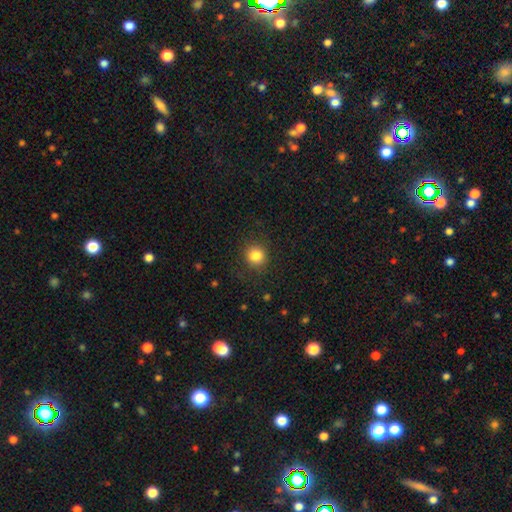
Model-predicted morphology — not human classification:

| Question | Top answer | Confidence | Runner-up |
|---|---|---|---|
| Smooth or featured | smooth | 84% | star or artifact (11%) |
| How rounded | round | 88% | in between (11%) |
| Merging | none | 86% | minor disturbance (10%) |